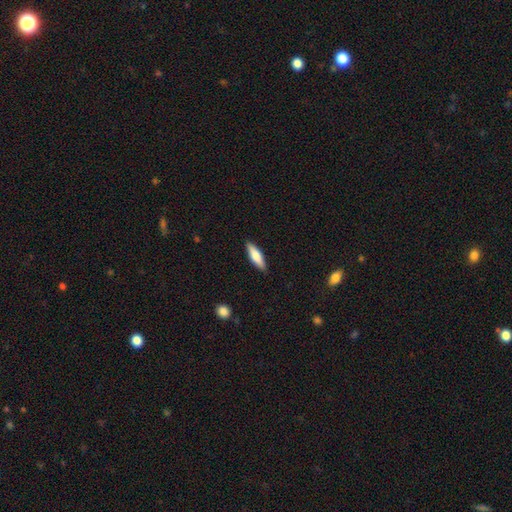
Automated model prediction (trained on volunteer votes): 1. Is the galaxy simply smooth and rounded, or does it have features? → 70% smooth, 24% featured or disk, 6% star or artifact.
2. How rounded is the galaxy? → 60% cigar-shaped, 38% in between, 2% round.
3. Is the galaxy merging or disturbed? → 89% none, 8% minor disturbance, 2% major disturbance, 1% merger.